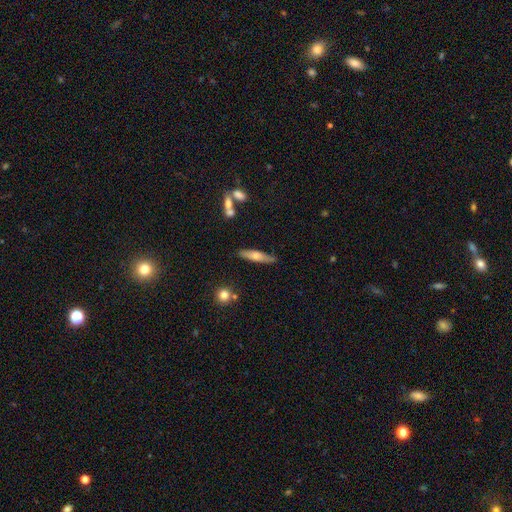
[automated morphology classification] type=smooth (56%); roundness=cigar-shaped (80%); merging=none (80%).